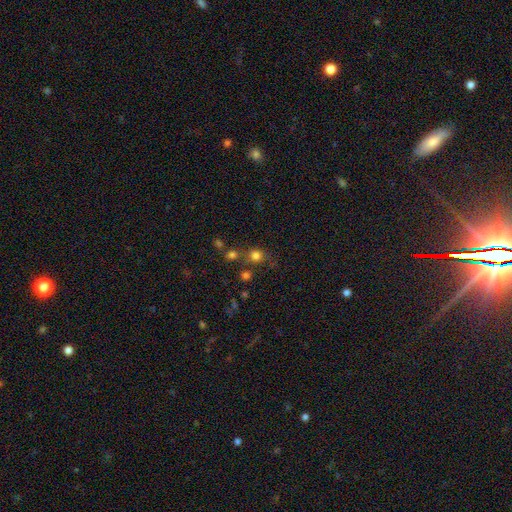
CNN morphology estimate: The model was most divided on "merging": none: 63%, merger: 19%, minor disturbance: 12%, major disturbance: 6%. More confident: how rounded — round (83%); smooth or featured — smooth (75%).